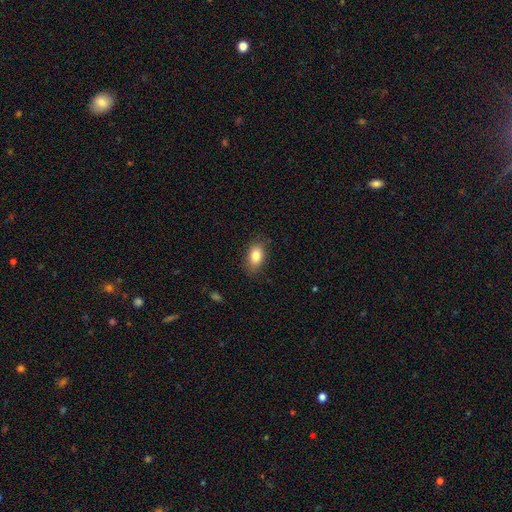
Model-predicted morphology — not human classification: The model was most divided on "merging": none: 83%, minor disturbance: 13%, major disturbance: 3%, merger: 1%. More confident: how rounded — in between (87%); smooth or featured — smooth (84%).